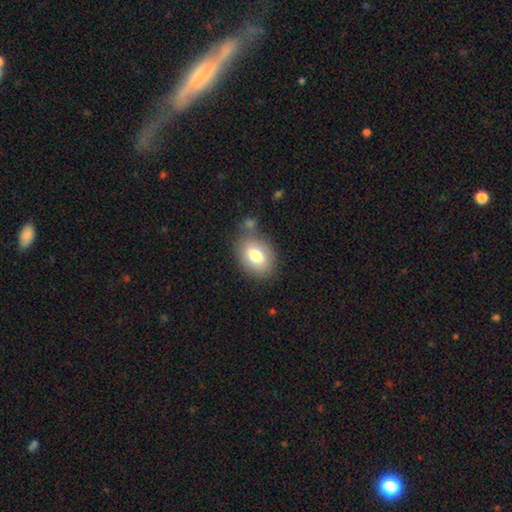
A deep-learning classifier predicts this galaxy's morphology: smooth_or_featured: smooth (p=0.77) [alt: featured or disk p=0.15]
how_rounded: in between (p=0.77) [alt: round p=0.22]
merging: none (p=0.66) [alt: minor disturbance p=0.16]